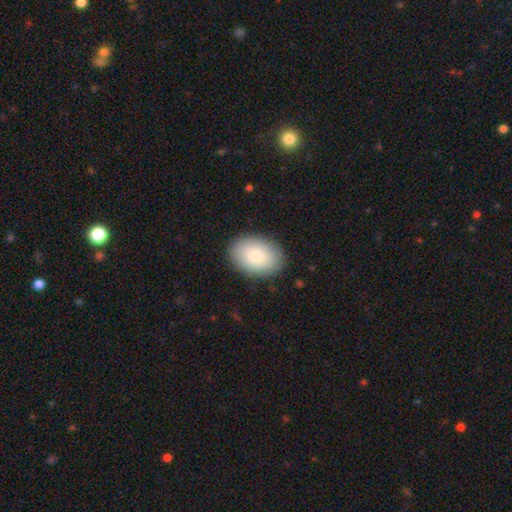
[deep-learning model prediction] Morphology: type=smooth (82%); roundness=in between (82%); merging=none (88%).